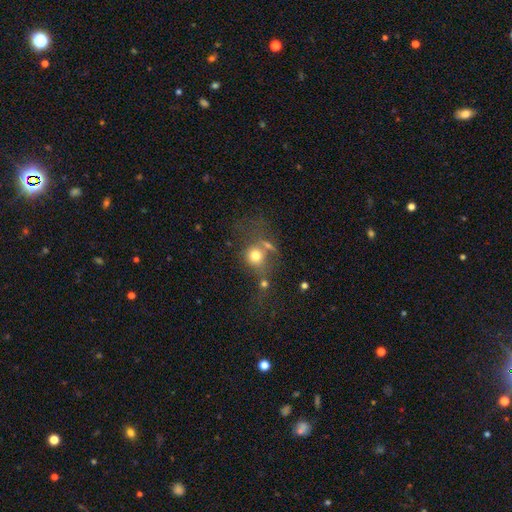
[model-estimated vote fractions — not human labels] Smooth or featured: smooth — 70% (featured or disk — 15%)
How rounded: round — 76% (in between — 23%)
Merging: none — 36% (merger — 34%)